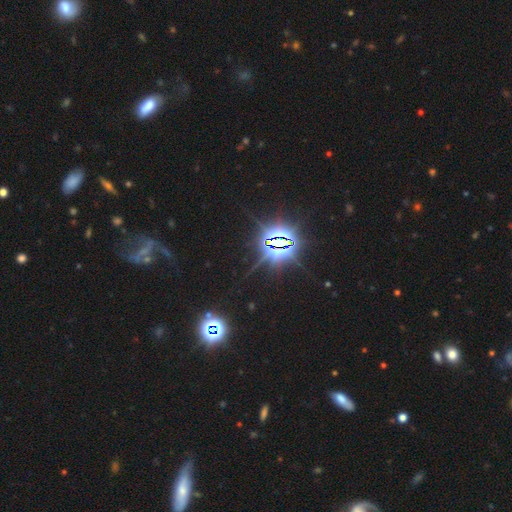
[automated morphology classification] A star or artifact, not a galaxy (79%).

Vote fractions:
- Smooth or featured? star or artifact: 79% / smooth: 14% / featured or disk: 8%